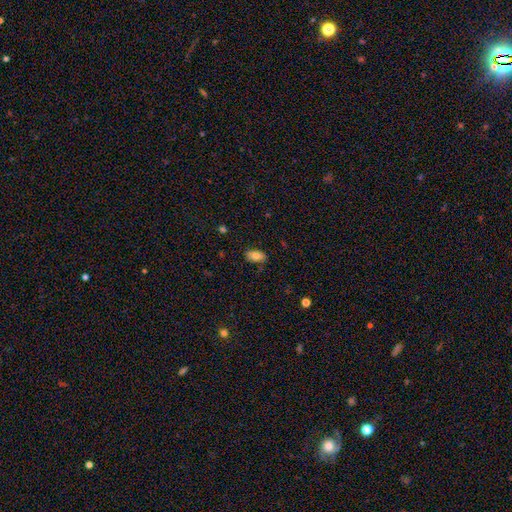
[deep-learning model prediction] The model was most divided on "smooth or featured": smooth: 80%, featured or disk: 11%, star or artifact: 8%. More confident: how rounded — in between (92%); merging — none (83%).